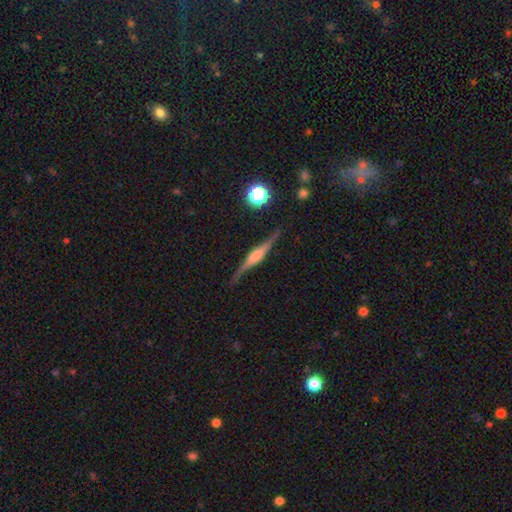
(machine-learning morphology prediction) Q: Smooth or featured?
A: featured or disk (79%); runner-up: smooth (14%)
Q: Edge-on disk?
A: yes (95%); runner-up: no (5%)
Q: Edge-on bulge?
A: rounded (54%); runner-up: boxy (38%)
Q: Merging?
A: none (83%); runner-up: minor disturbance (12%)